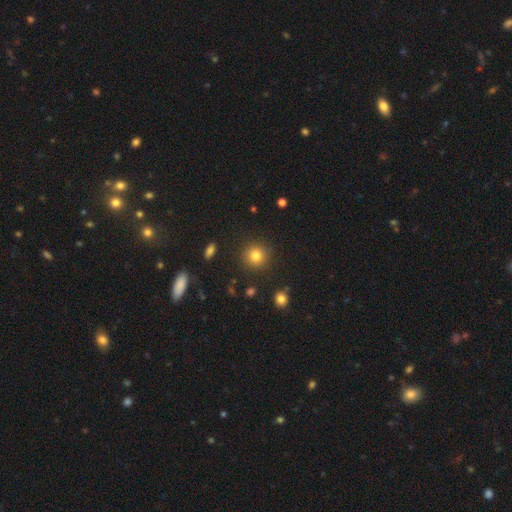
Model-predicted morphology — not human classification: Smooth or featured?
  - smooth: 82% *
  - star or artifact: 12%
  - featured or disk: 7%
How rounded?
  - round: 93% *
  - in between: 6%
  - cigar-shaped: 1%
Merging?
  - none: 90% *
  - minor disturbance: 6%
  - major disturbance: 3%
  - merger: 2%